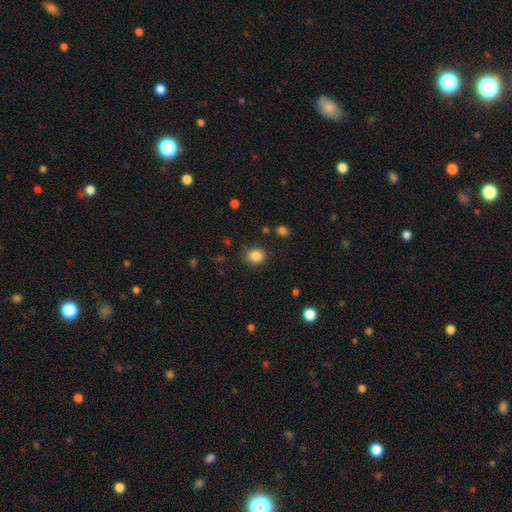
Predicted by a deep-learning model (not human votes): Morphology: type=smooth (85%); roundness=round (75%); merging=none (84%).